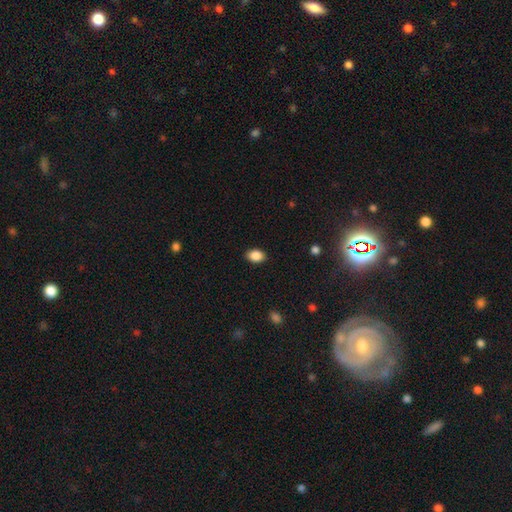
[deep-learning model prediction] This appears to be a smooth galaxy with no disk features (88%) that is in between round and cigar-shaped (79%). Merging: none (88%).